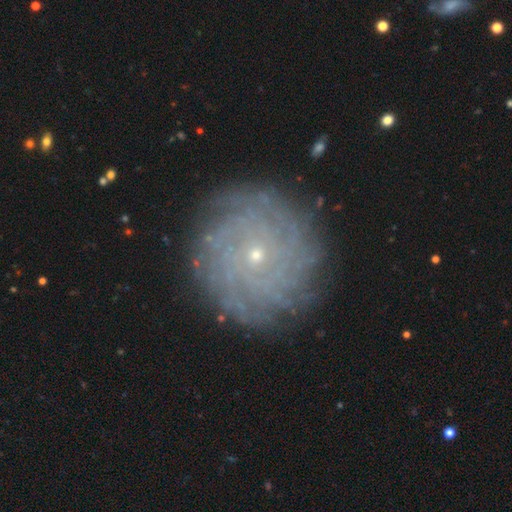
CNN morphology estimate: The model was most divided on "spiral arm count": can't tell: 33%, more than 4: 32%, 4: 12%, 3: 8%, 2: 8%, 1: 7%. More confident: edge-on disk — no (97%); spiral arms — yes (93%); merging — none (86%); bulge size — small (85%); bar — no (83%); spiral winding — tight (83%); smooth or featured — featured or disk (76%).